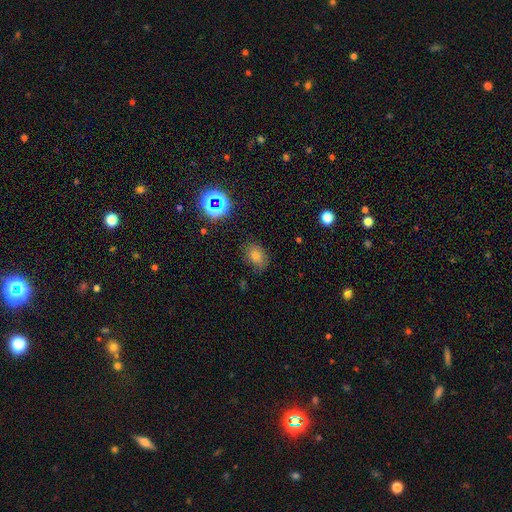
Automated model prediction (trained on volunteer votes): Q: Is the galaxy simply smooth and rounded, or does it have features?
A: smooth — 70%.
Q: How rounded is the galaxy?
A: in between — 63%.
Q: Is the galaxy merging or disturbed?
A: none — 81%.